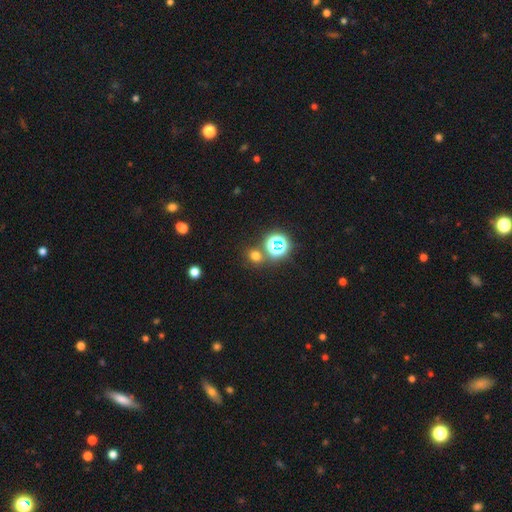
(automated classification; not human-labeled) Overall: smooth (62%; star or artifact 32%). How rounded: round (74%). Merging: none (78%).